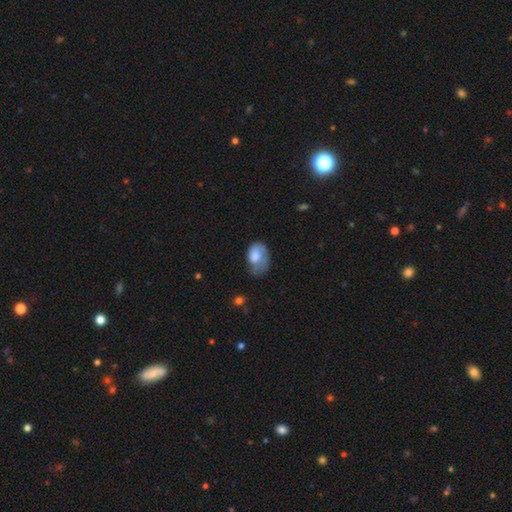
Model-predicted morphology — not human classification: type=smooth (61%); roundness=in between (82%); merging=minor disturbance (34%).